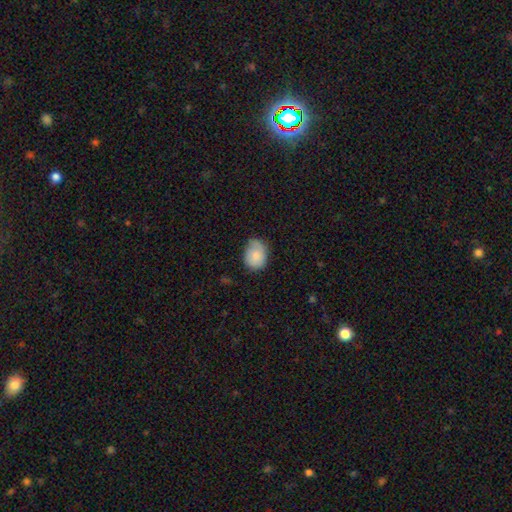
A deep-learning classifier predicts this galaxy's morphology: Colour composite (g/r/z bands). It shows a smooth galaxy with no disk features (81%) that is in between round and cigar-shaped (61%). Merging: none (56%).